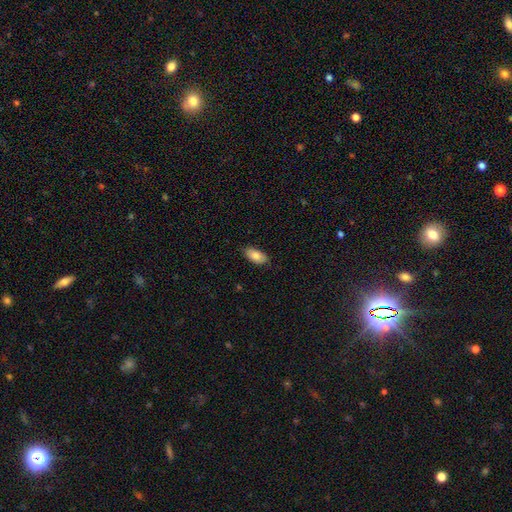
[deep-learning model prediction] Overall: smooth (83%). How rounded: in between (93%). Merging: none (85%).